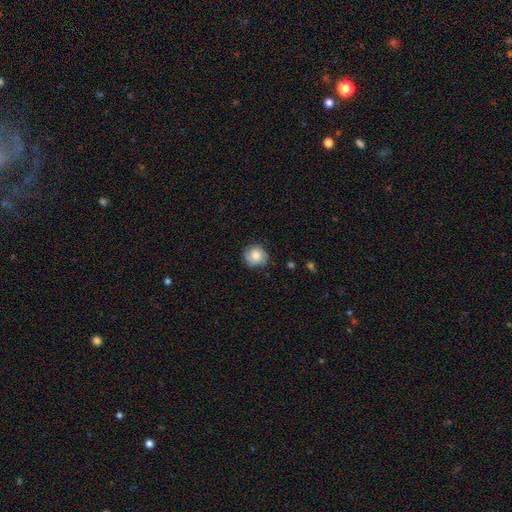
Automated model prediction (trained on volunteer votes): smooth-or-featured: smooth: 70% | featured or disk: 22% | star or artifact: 8%
  how-rounded: round: 87% | in between: 12% | cigar-shaped: 1%
  merging: none: 78% | minor disturbance: 17% | major disturbance: 4% | merger: 1%